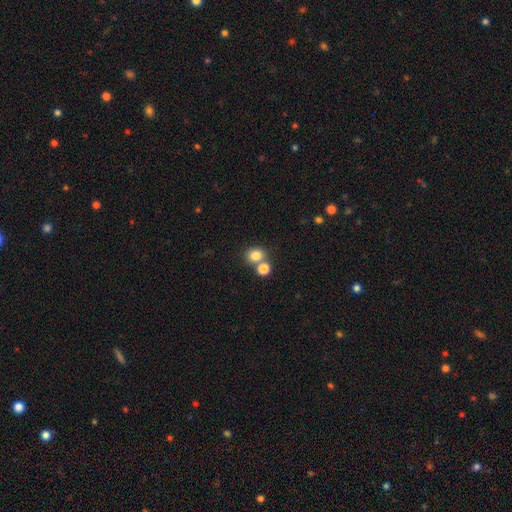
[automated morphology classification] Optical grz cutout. It shows a smooth galaxy with no disk features (81%) that is round (74%). Merging: none (55%).